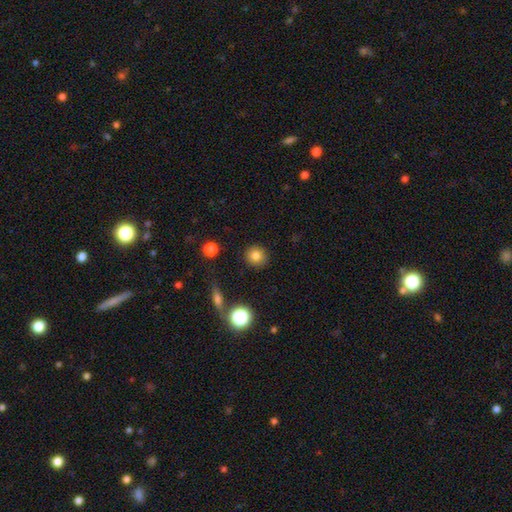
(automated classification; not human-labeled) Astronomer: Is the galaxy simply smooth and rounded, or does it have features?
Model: smooth — 81%.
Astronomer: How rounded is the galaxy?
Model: round — 91%.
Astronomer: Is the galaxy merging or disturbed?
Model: none — 90%.